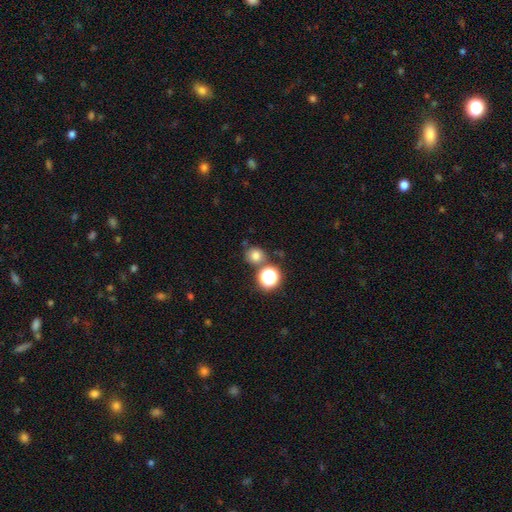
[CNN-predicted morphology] This appears to be a smooth galaxy with no disk features (76%) that is round (85%). Merging: none (72%).